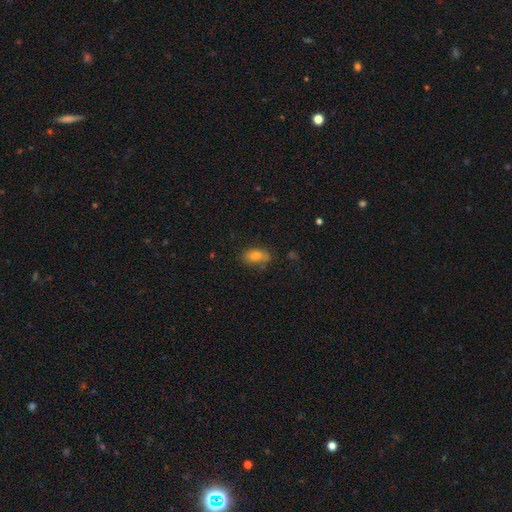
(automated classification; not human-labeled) This is likely a smooth galaxy (76%). How rounded: clearly in between (83%). Merging: likely none (70%).